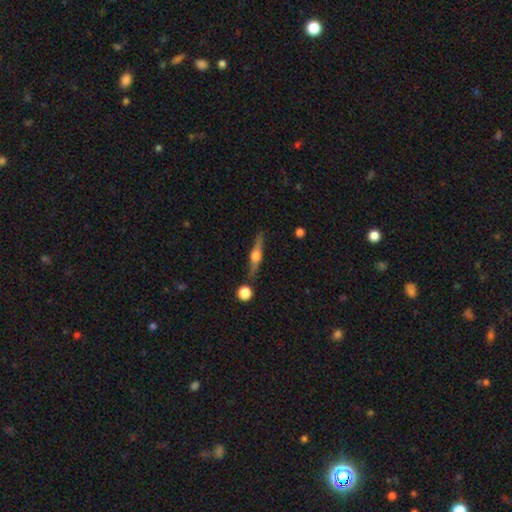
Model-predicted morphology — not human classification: Smooth or featured? Predicted: featured or disk (p=0.73). Edge-on disk? Predicted: yes (p=0.97). Edge-on bulge? Predicted: rounded (p=0.93). Merging? Predicted: none (p=0.83).